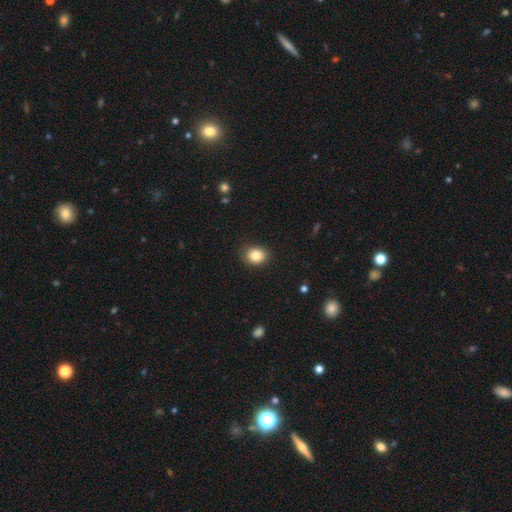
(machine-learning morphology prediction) Q: Smooth or featured?
A: smooth (84%); runner-up: star or artifact (9%)
Q: How rounded?
A: round (61%); runner-up: in between (38%)
Q: Merging?
A: none (87%); runner-up: minor disturbance (10%)